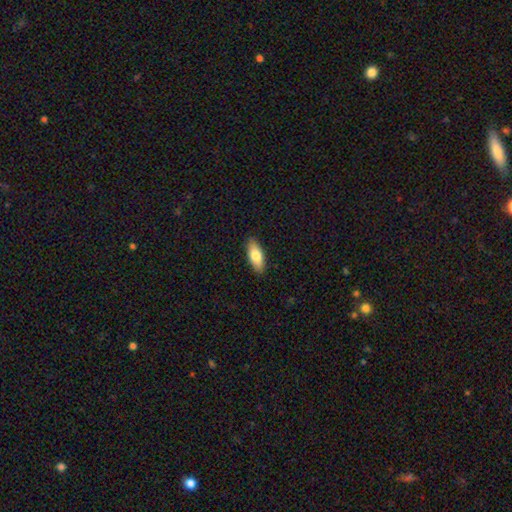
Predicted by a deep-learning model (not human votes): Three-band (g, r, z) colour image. It shows a smooth galaxy with no disk features (78%) that is in between round and cigar-shaped (78%). Merging: none (88%).